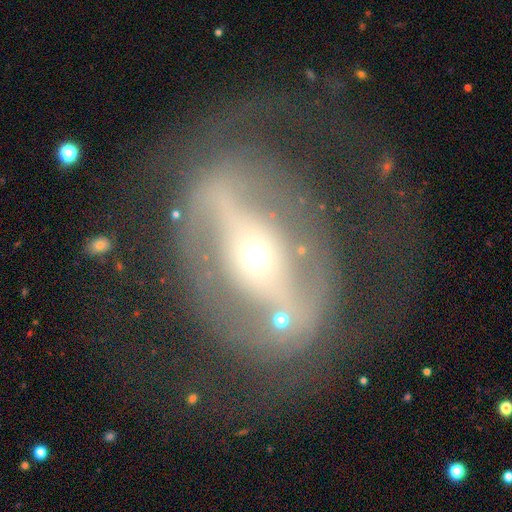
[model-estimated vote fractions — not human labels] A featured or disk galaxy (77%) with a strong bar (57%), no spiral arms (57%) and a small central bulge (66%).

Vote fractions:
- Smooth or featured? featured or disk: 77% / smooth: 15% / star or artifact: 8%
- Edge-on disk? no: 88% / yes: 12%
- Bar? strong: 57% / no: 24% / weak: 18%
- Spiral arms? no: 57% / yes: 43%
- Bulge size? small: 66% / moderate: 26% / large: 4% / dominant: 3% / none: 1%
- Merging? none: 58% / major disturbance: 25% / minor disturbance: 14% / merger: 3%